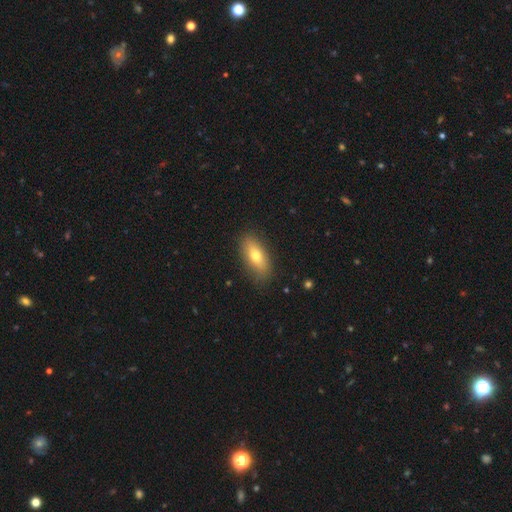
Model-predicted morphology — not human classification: A smooth galaxy with no disk features (69%) that is in between round and cigar-shaped (80%).

Vote fractions:
- Smooth or featured? smooth: 69% / featured or disk: 24% / star or artifact: 7%
- How rounded? in between: 80% / cigar-shaped: 16% / round: 4%
- Merging? none: 85% / minor disturbance: 11% / major disturbance: 3% / merger: 1%